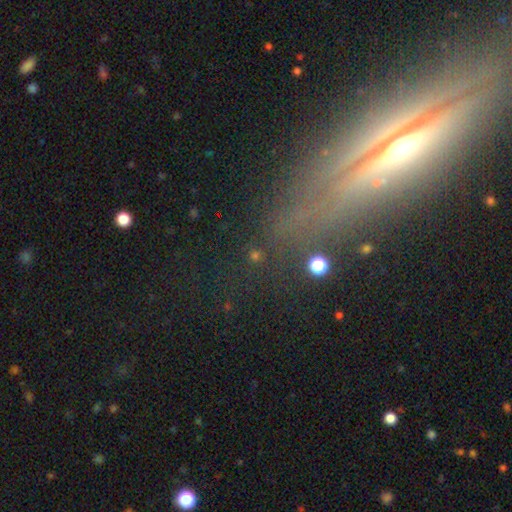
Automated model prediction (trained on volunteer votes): star or artifact 41%, featured or disk 35%, smooth 24%.